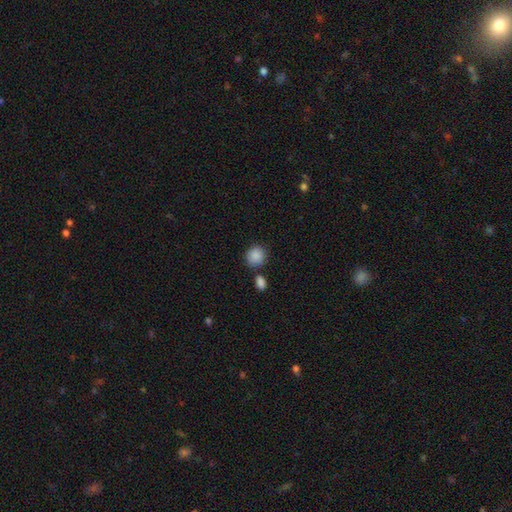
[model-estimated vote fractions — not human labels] Overall: smooth (88%). How rounded: round (79%). Merging: none (72%).